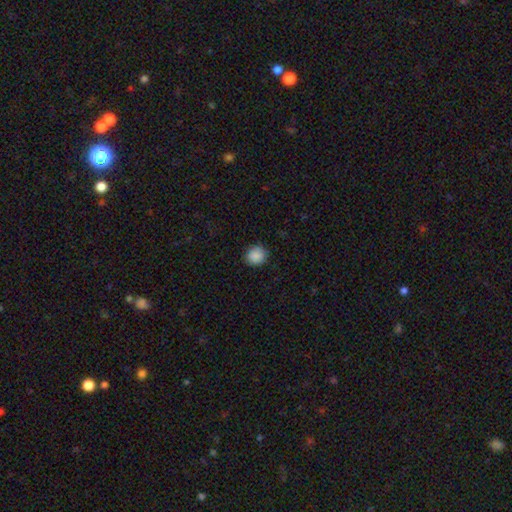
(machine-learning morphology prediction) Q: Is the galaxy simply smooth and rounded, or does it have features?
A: smooth — 89%.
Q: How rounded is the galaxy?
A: round — 87%.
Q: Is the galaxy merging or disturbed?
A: none — 89%.